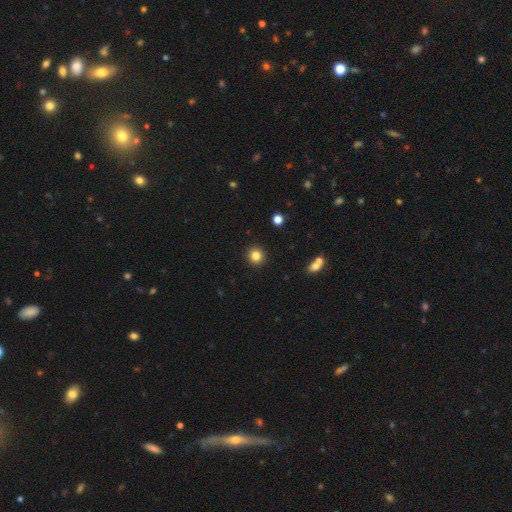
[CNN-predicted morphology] Smooth or featured? Predicted: smooth (p=0.83). How rounded? Predicted: round (p=0.94). Merging? Predicted: none (p=0.92).